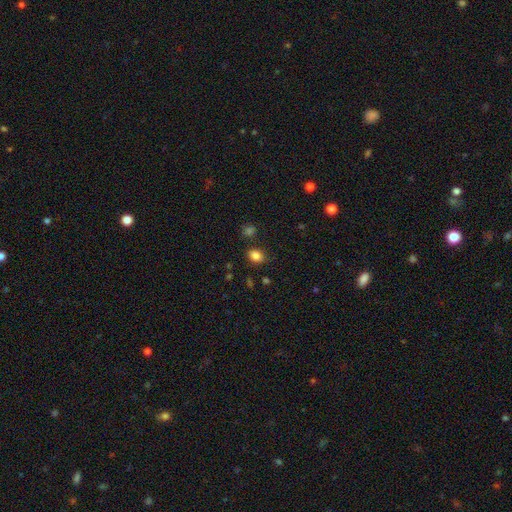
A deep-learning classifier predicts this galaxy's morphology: A smooth galaxy with no disk features (84%) that is in between round and cigar-shaped (61%).

Vote fractions:
- Smooth or featured? smooth: 84% / star or artifact: 12% / featured or disk: 5%
- How rounded? in between: 61% / round: 38% / cigar-shaped: 1%
- Merging? none: 82% / minor disturbance: 11% / merger: 4% / major disturbance: 3%